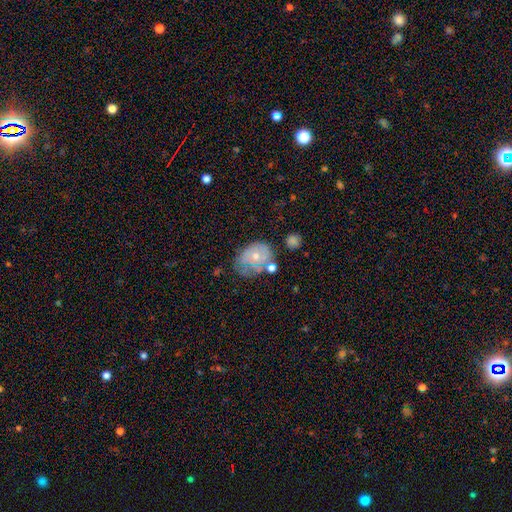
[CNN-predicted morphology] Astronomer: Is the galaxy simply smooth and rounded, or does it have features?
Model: featured or disk — 46%, tied with smooth at 46%.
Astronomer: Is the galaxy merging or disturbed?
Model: none — 36% (runner-up: minor disturbance, 33%).